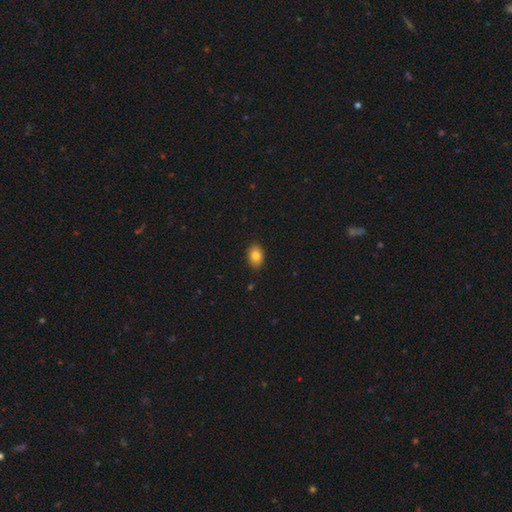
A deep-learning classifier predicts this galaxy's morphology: Smooth or featured?
  - smooth: 81% *
  - featured or disk: 10%
  - star or artifact: 9%
How rounded?
  - in between: 81% *
  - round: 18%
  - cigar-shaped: 1%
Merging?
  - none: 88% *
  - minor disturbance: 9%
  - major disturbance: 2%
  - merger: 1%